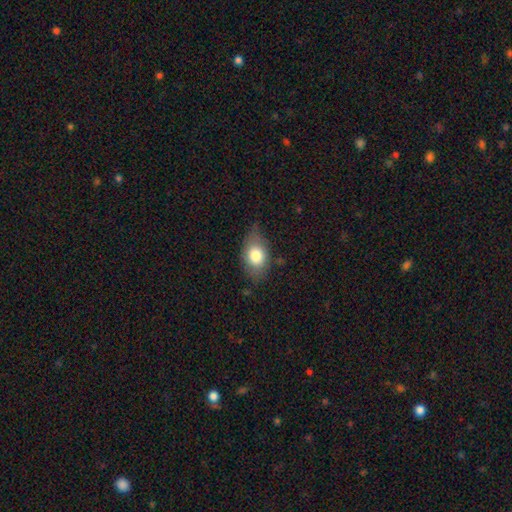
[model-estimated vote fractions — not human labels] smooth_or_featured: smooth (p=0.77) [alt: featured or disk p=0.15]
how_rounded: in between (p=0.83) [alt: round p=0.15]
merging: none (p=0.65) [alt: minor disturbance p=0.27]